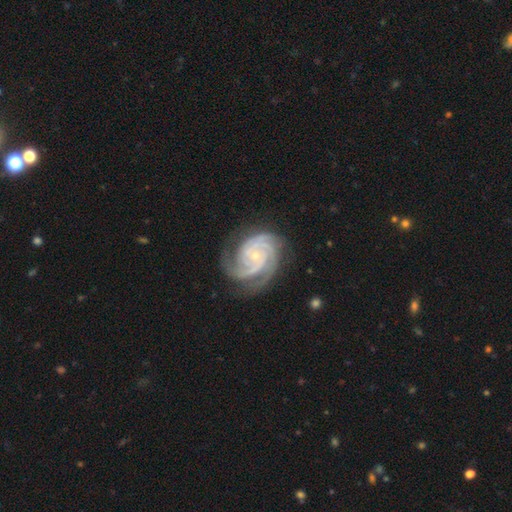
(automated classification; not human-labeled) This is clearly a featured or disk galaxy (93%). It is clearly not viewed edge-on (98%). Bar: likely no (72%). Spiral arm pattern: clearly yes (99%). Spiral arm count: possibly 3 (51%). Spiral winding: likely tight (68%). Central bulge: likely small (78%). Merging: likely none (73%).